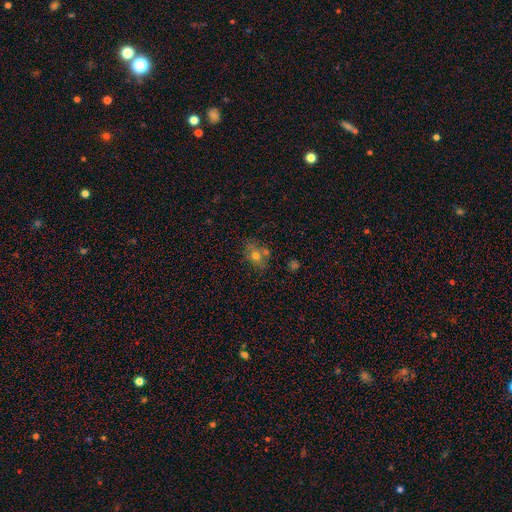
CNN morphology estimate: Smooth or featured? smooth (66%)
How rounded? in between (57%)
Merging? none (55%)